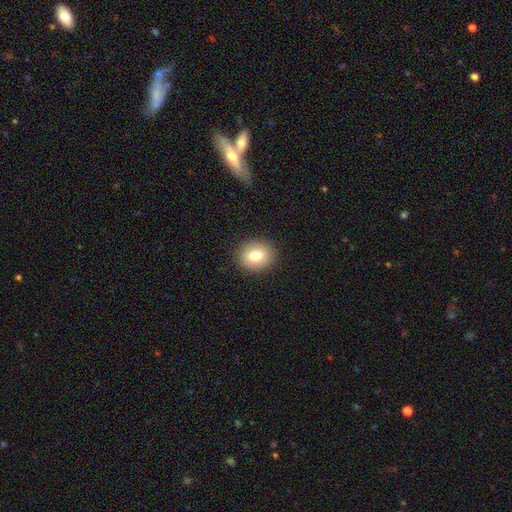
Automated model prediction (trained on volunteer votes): Smooth or featured? Predicted: smooth (p=0.80). How rounded? Predicted: round (p=0.67). Merging? Predicted: none (p=0.90).